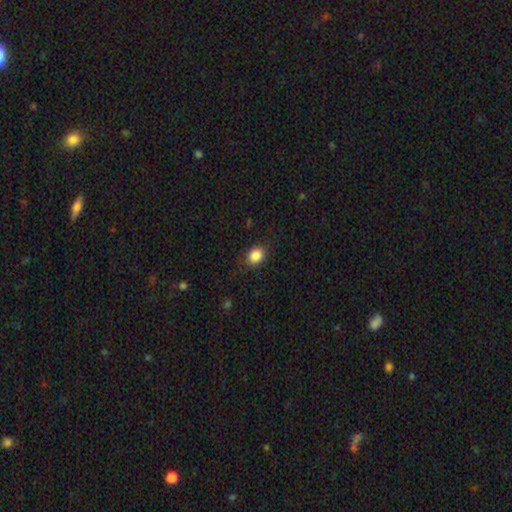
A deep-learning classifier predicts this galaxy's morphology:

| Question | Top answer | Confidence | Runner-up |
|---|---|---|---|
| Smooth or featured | smooth | 86% | star or artifact (10%) |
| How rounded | round | 56% | in between (43%) |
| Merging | none | 83% | minor disturbance (12%) |